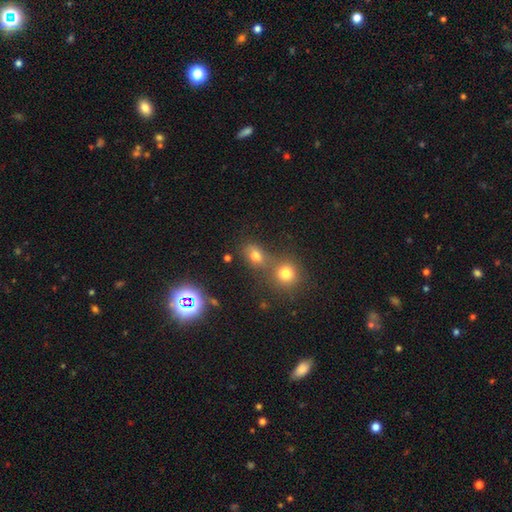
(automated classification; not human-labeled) A smooth galaxy with no disk features (68%) that is in between round and cigar-shaped (56%). Merging: none (51%).